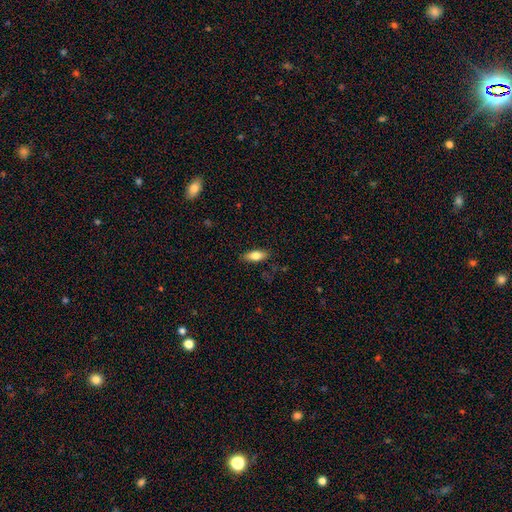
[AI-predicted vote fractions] A smooth galaxy with no disk features (76%) that is in between round and cigar-shaped (77%).

Vote fractions:
- Smooth or featured? smooth: 76% / featured or disk: 17% / star or artifact: 7%
- How rounded? in between: 77% / cigar-shaped: 21% / round: 3%
- Merging? none: 85% / minor disturbance: 11% / major disturbance: 3% / merger: 1%